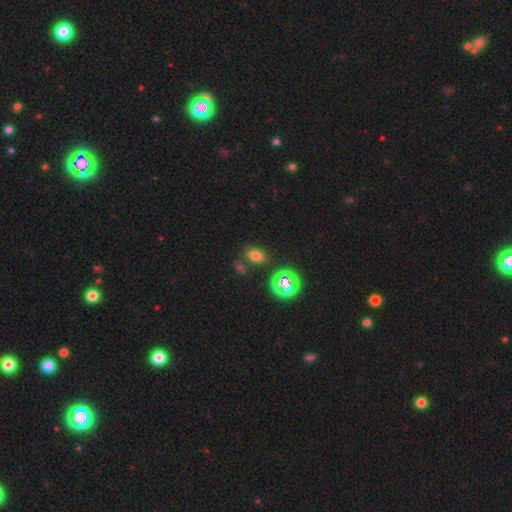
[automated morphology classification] This is likely a smooth galaxy (67%). How rounded: likely in between (74%). Merging: likely none (75%).